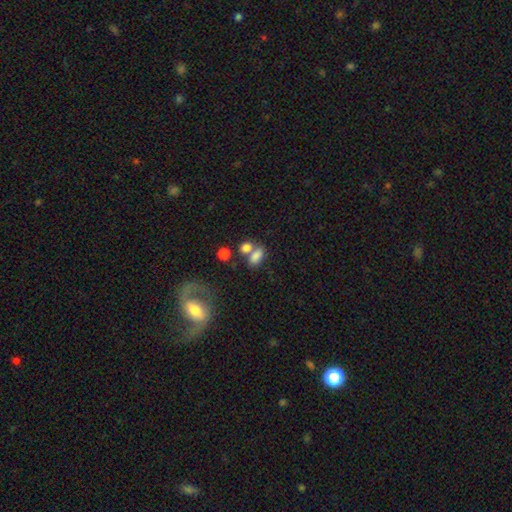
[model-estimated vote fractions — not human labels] smooth_or_featured: smooth (p=0.79) [alt: star or artifact p=0.11]
how_rounded: in between (p=0.84) [alt: round p=0.12]
merging: merger (p=0.44) [alt: none p=0.37]